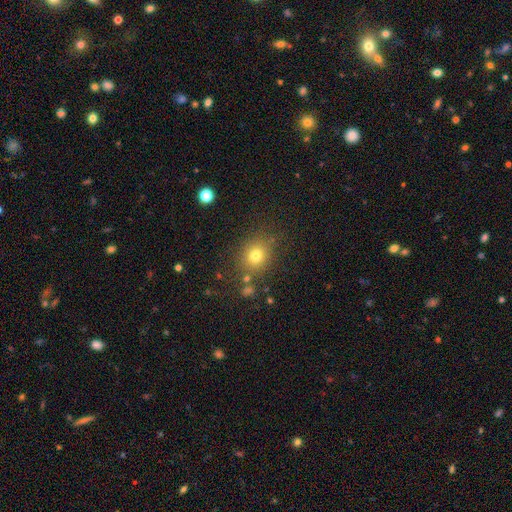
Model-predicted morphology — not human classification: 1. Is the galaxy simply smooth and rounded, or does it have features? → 75% smooth, 15% star or artifact, 9% featured or disk.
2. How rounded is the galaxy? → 72% round, 27% in between, 1% cigar-shaped.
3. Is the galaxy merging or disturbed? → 79% none, 12% minor disturbance, 5% merger, 5% major disturbance.